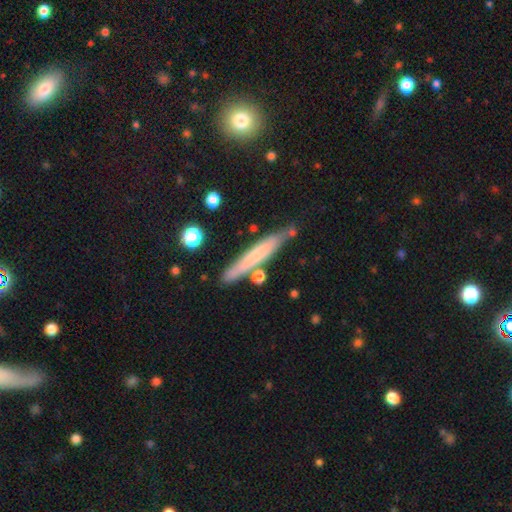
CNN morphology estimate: smooth_or_featured: smooth (p=0.55) [alt: featured or disk p=0.38]
how_rounded: cigar-shaped (p=0.93) [alt: in between p=0.06]
merging: none (p=0.76) [alt: minor disturbance p=0.14]